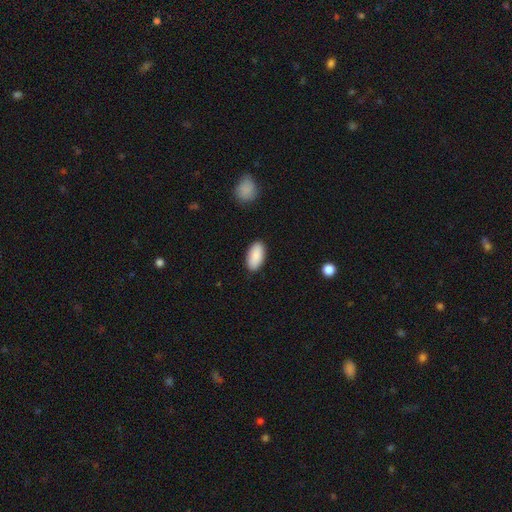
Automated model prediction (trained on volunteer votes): This appears to be a smooth galaxy with no disk features (90%) that is in between round and cigar-shaped (94%). Merging: none (89%).